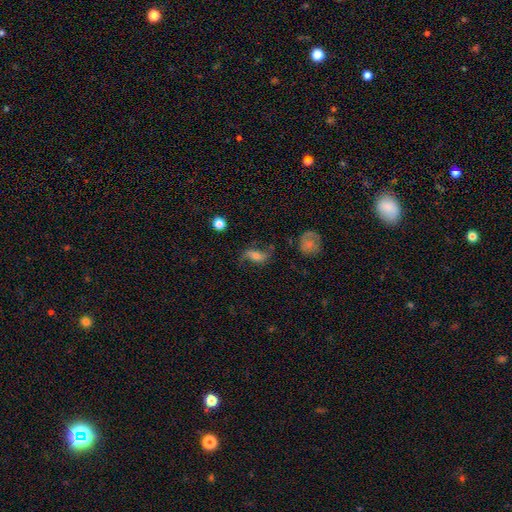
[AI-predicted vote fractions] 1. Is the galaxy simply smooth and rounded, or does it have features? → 64% featured or disk, 26% smooth, 10% star or artifact.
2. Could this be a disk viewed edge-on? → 92% no, 8% yes.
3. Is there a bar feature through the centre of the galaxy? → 45% no, 34% weak, 22% strong.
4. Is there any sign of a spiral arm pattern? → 91% yes, 9% no.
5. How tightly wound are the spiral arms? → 80% loose, 15% medium, 5% tight.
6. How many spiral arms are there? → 90% 2, 4% 1, 4% can't tell, 1% 3, 1% 4, 1% more than 4.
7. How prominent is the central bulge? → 46% moderate, 37% small, 9% large, 6% none, 2% dominant.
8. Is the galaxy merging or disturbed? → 65% none, 19% minor disturbance, 13% major disturbance, 3% merger.